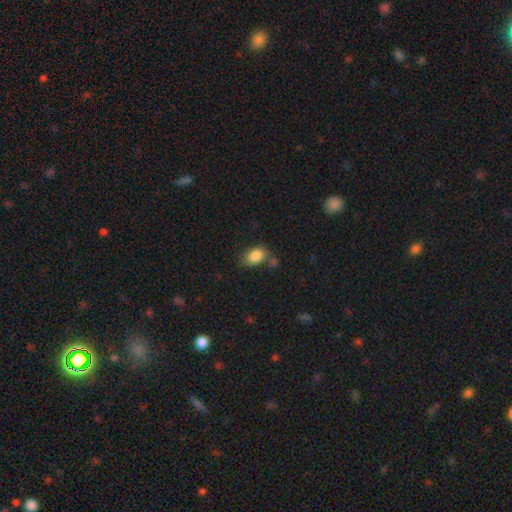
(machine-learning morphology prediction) Smooth or featured? smooth (85%)
How rounded? in between (82%)
Merging? none (62%)